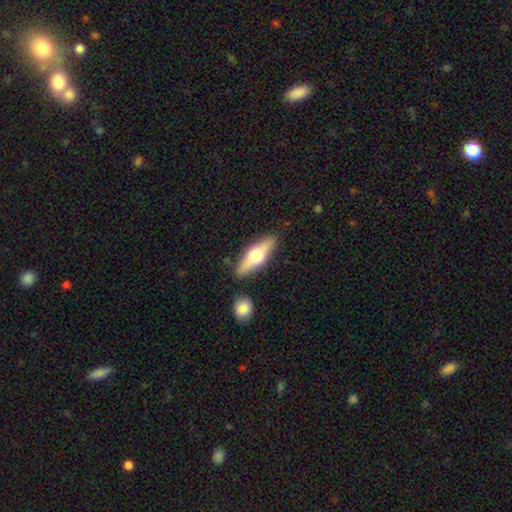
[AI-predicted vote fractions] A smooth galaxy with no disk features (48%).

Vote fractions:
- Smooth or featured? smooth: 48% / featured or disk: 47% / star or artifact: 6%
- Merging? none: 83% / minor disturbance: 11% / merger: 4% / major disturbance: 3%